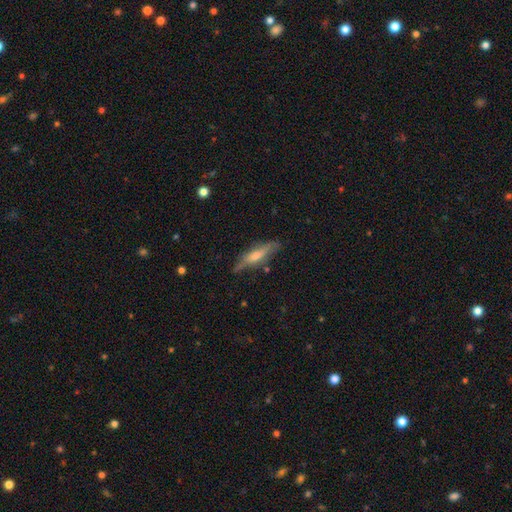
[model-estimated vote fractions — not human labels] This appears to be a featured or disk galaxy (54%) viewed edge-on (85%). Merging: none (74%).